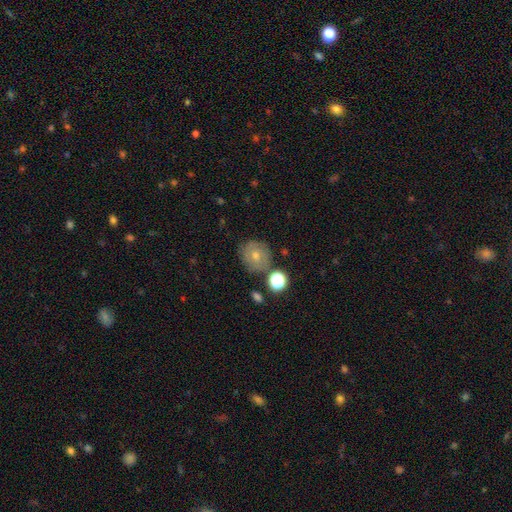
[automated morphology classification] A smooth galaxy with no disk features (62%) that is round (85%).

Vote fractions:
- Smooth or featured? smooth: 62% / featured or disk: 25% / star or artifact: 12%
- How rounded? round: 85% / in between: 14% / cigar-shaped: 1%
- Merging? none: 70% / minor disturbance: 16% / merger: 8% / major disturbance: 5%